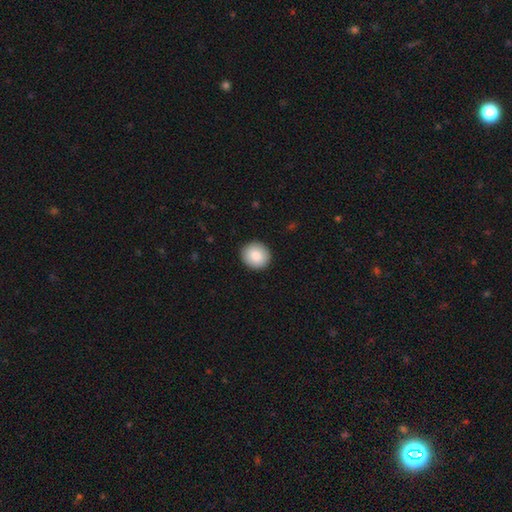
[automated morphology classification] smooth-or-featured: smooth: 86% | star or artifact: 7% | featured or disk: 7%
  how-rounded: round: 87% | in between: 12% | cigar-shaped: 1%
  merging: none: 92% | minor disturbance: 5% | major disturbance: 2% | merger: 1%